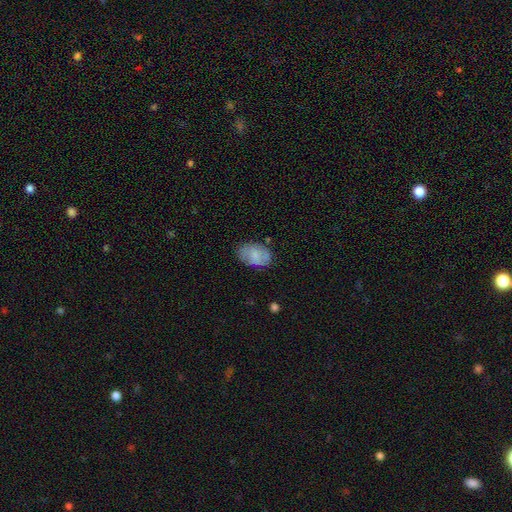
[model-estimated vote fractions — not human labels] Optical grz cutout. It shows a smooth galaxy with no disk features (75%) that is in between round and cigar-shaped (89%). Merging: none (74%).